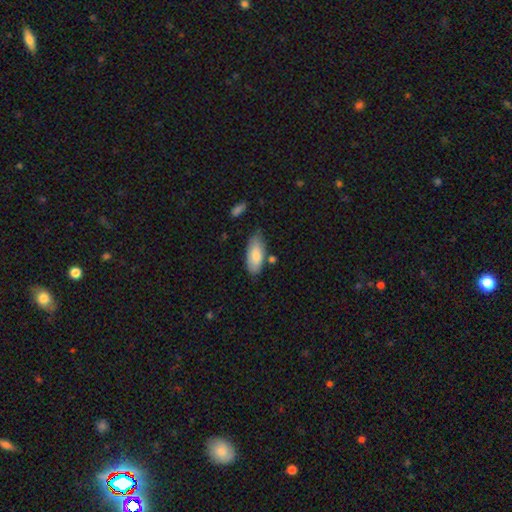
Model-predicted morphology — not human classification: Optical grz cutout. It shows a smooth galaxy with no disk features (79%) that is in between round and cigar-shaped (87%). Merging: none (67%).